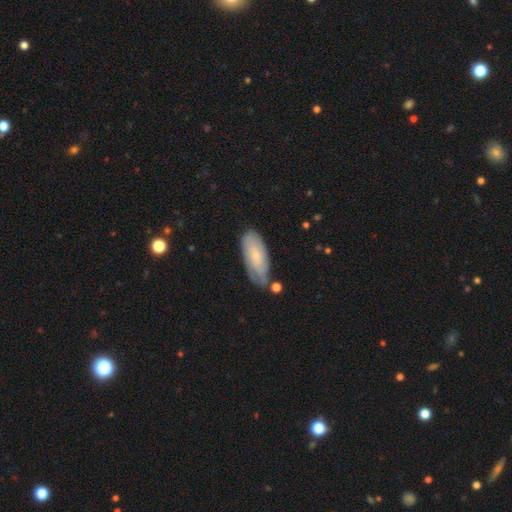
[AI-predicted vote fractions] Overall: smooth (51%; featured or disk 42%). How rounded: in between (80%). Merging: none (65%).